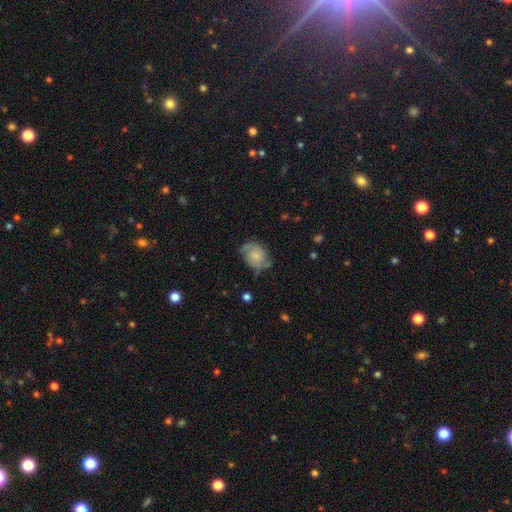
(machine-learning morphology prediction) Smooth or featured? Predicted: featured or disk (p=0.65). Edge-on disk? Predicted: no (p=0.97). Bar? Predicted: no (p=0.70). Spiral arms? Predicted: yes (p=0.92). Spiral winding? Predicted: medium (p=0.46). Spiral arm count? Predicted: 2 (p=0.85). Bulge size? Predicted: small (p=0.53). Merging? Predicted: none (p=0.67).